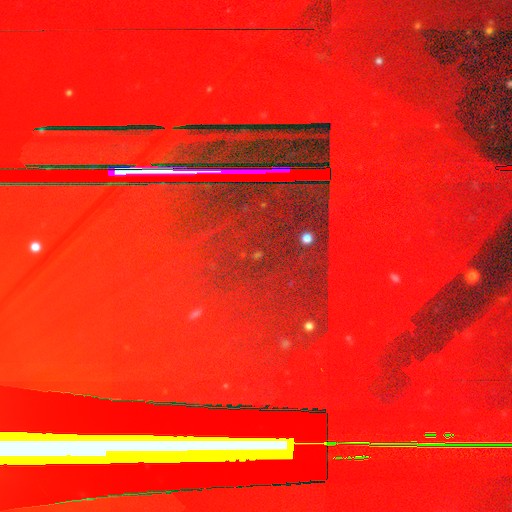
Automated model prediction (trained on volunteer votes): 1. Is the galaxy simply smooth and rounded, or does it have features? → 87% star or artifact, 8% featured or disk, 5% smooth.